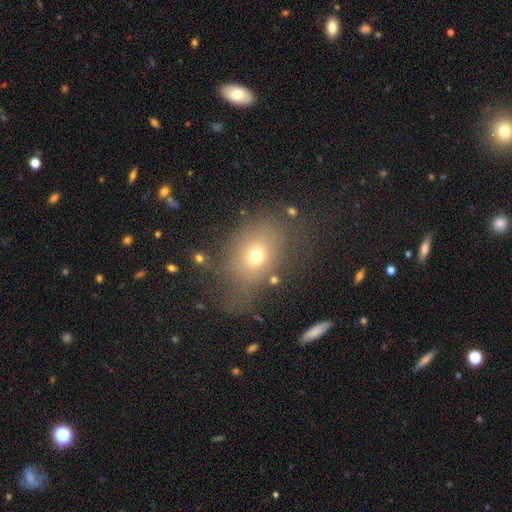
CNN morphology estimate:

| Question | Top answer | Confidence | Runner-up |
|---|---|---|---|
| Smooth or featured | smooth | 66% | featured or disk (18%) |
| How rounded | in between | 59% | round (39%) |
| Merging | none | 55% | minor disturbance (21%) |